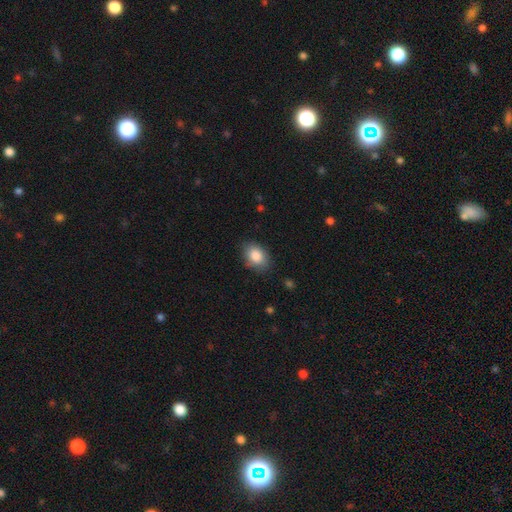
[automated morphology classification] Overall: smooth (87%). How rounded: in between (80%). Merging: none (79%).